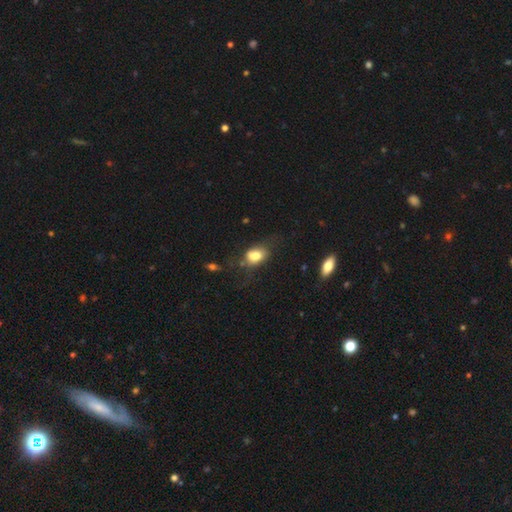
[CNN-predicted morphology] type=smooth (74%); roundness=in between (80%); merging=none (45%).